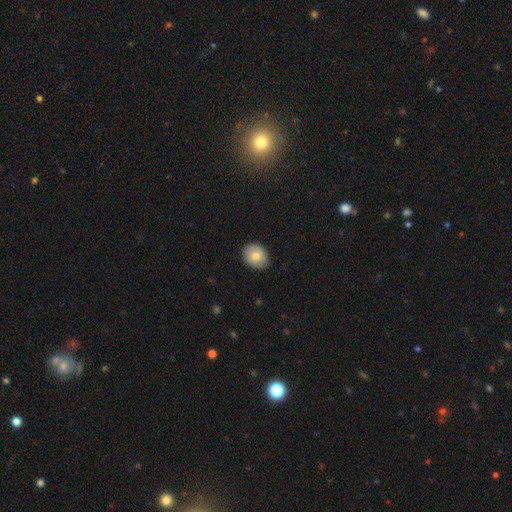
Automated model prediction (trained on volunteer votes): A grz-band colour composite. It shows a smooth galaxy with no disk features (75%) that is round (51%). Merging: none (84%).